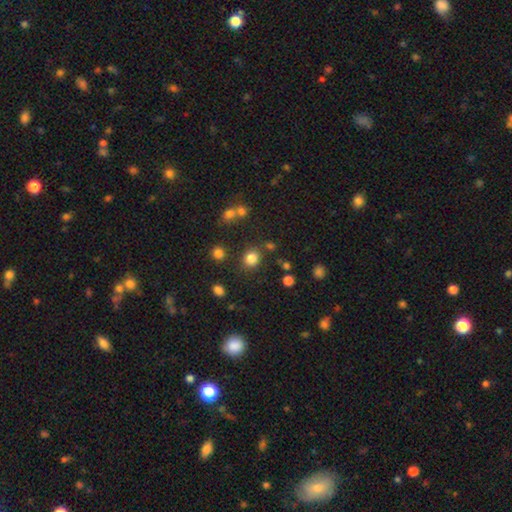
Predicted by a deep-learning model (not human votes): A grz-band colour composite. It shows a smooth galaxy with no disk features (51%) that is round (87%). Merging: none (78%).